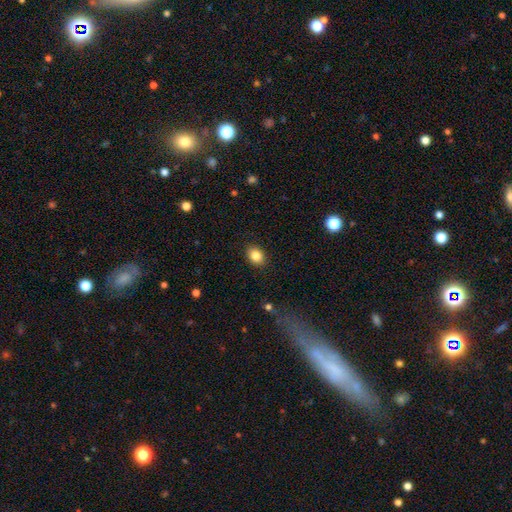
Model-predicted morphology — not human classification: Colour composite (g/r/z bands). It shows a smooth galaxy with no disk features (85%) that is in between round and cigar-shaped (60%). Merging: none (89%).